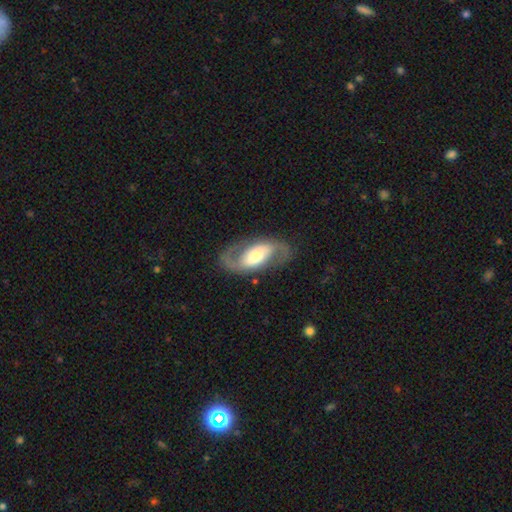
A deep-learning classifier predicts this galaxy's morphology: Smooth or featured? Predicted: featured or disk (p=0.83). Edge-on disk? Predicted: no (p=0.96). Bar? Predicted: no (p=0.38). Spiral arms? Predicted: yes (p=0.92). Spiral winding? Predicted: medium (p=0.44). Spiral arm count? Predicted: 2 (p=0.92). Bulge size? Predicted: moderate (p=0.49). Merging? Predicted: none (p=0.80).